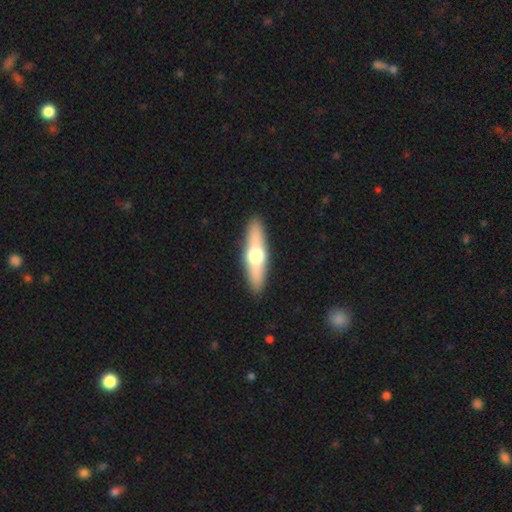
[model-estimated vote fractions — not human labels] This appears to be a smooth galaxy with no disk features (49%). Merging: none (90%).